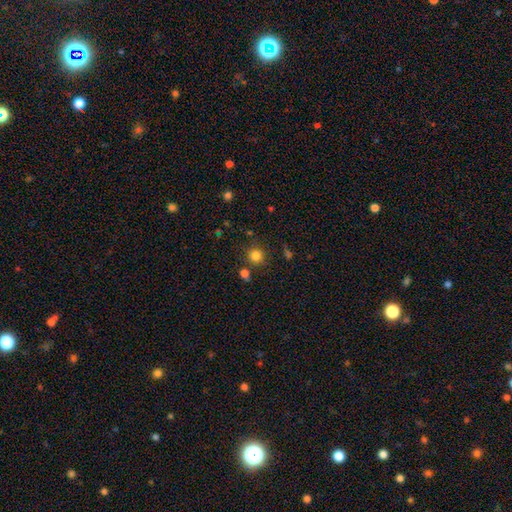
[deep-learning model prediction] Overall: smooth (81%). How rounded: round (92%). Merging: none (80%).